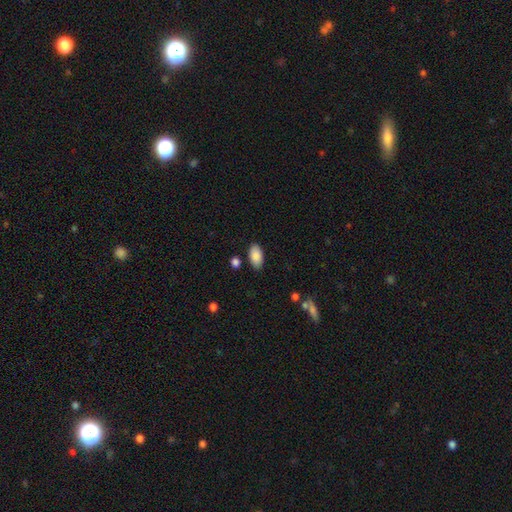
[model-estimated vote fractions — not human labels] The model was most divided on "merging": none: 84%, minor disturbance: 10%, merger: 3%, major disturbance: 3%. More confident: how rounded — in between (95%); smooth or featured — smooth (88%).